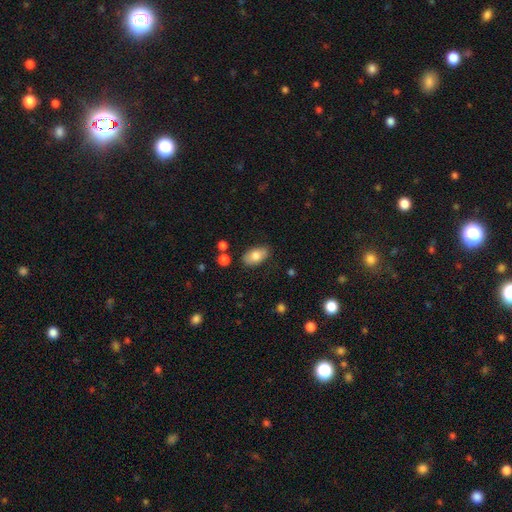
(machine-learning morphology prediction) Smooth or featured?
  - smooth: 76% *
  - featured or disk: 16%
  - star or artifact: 7%
How rounded?
  - in between: 92% *
  - round: 6%
  - cigar-shaped: 2%
Merging?
  - none: 78% *
  - minor disturbance: 16%
  - major disturbance: 3%
  - merger: 3%